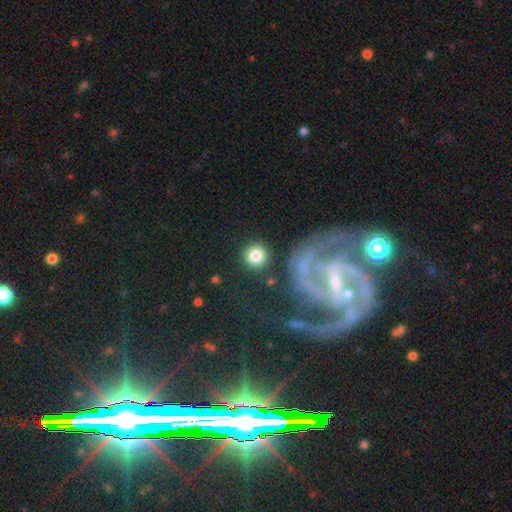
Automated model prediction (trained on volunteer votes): Overall: smooth (81%). How rounded: round (94%). Merging: none (83%).